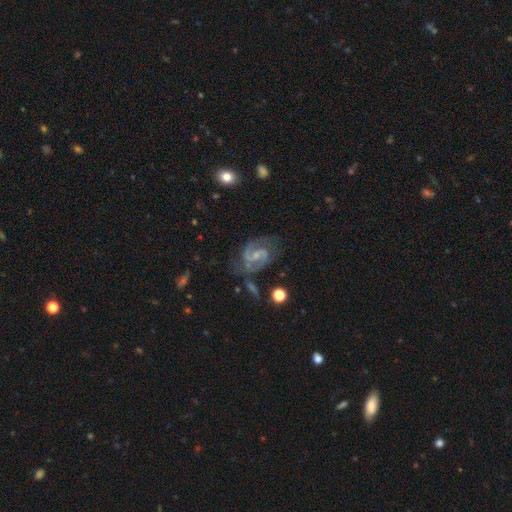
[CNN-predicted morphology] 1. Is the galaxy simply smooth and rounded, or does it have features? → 89% featured or disk, 6% star or artifact, 5% smooth.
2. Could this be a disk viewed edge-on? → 98% no, 2% yes.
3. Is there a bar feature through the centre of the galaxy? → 54% weak, 25% no, 21% strong.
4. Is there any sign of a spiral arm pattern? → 98% yes, 2% no.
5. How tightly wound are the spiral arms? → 61% medium, 23% tight, 17% loose.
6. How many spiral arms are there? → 92% 2, 3% can't tell, 2% 3, 1% 1, 1% 4, 1% more than 4.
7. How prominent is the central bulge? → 62% small, 23% moderate, 12% none, 1% large, 1% dominant.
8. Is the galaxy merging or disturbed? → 69% none, 18% minor disturbance, 9% major disturbance, 4% merger.